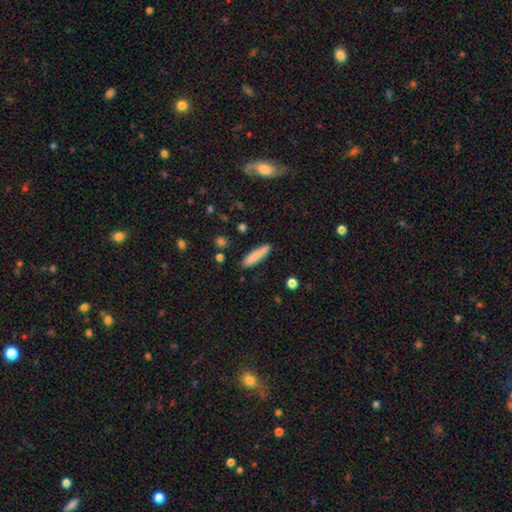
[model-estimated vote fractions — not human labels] smooth 83%, featured or disk 11%, star or artifact 7%. Down the decision tree: how rounded — cigar-shaped (84%); merging — none (85%).